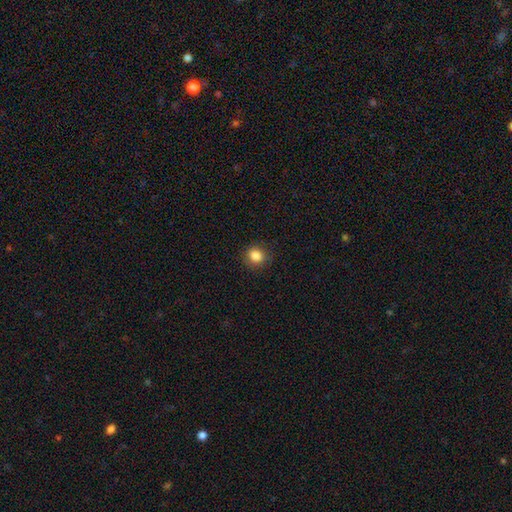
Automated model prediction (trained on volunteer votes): smooth_or_featured: smooth (p=0.85) [alt: star or artifact p=0.11]
how_rounded: round (p=0.79) [alt: in between p=0.20]
merging: none (p=0.87) [alt: minor disturbance p=0.09]